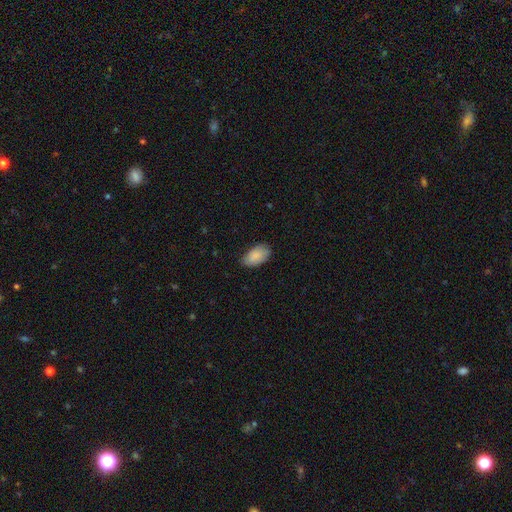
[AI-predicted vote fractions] A smooth galaxy with no disk features (87%) that is in between round and cigar-shaped (94%).

Vote fractions:
- Smooth or featured? smooth: 87% / featured or disk: 7% / star or artifact: 6%
- How rounded? in between: 94% / round: 4% / cigar-shaped: 2%
- Merging? none: 75% / minor disturbance: 21% / major disturbance: 3% / merger: 1%